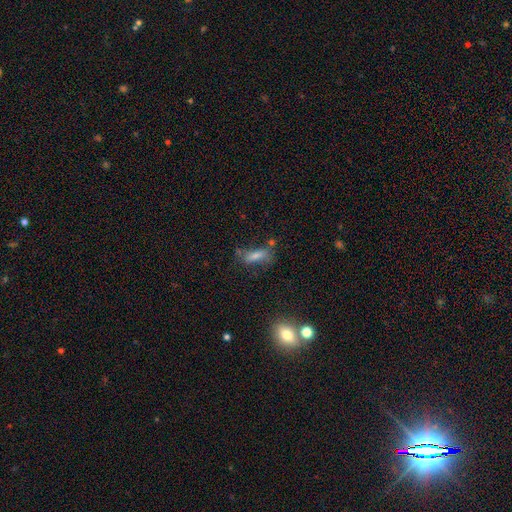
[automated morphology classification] smooth 58%, featured or disk 25%, star or artifact 17%. Down the decision tree: how rounded — in between (48%); merging — none (55%).